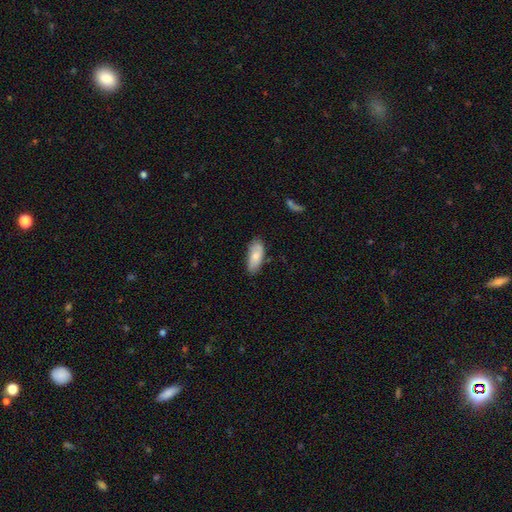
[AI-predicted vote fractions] Overall: smooth (77%). How rounded: in between (83%). Merging: none (75%).